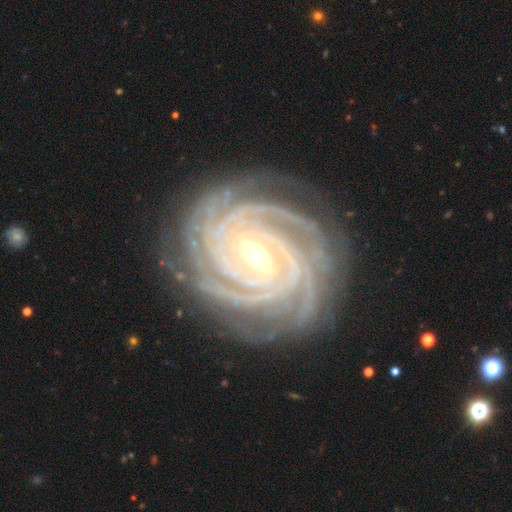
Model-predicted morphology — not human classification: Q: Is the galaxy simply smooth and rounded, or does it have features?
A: featured or disk — 93%.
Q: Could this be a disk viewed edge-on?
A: no — 98%.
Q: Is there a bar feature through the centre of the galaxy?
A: strong — 45%.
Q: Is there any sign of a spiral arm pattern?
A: yes — 99%.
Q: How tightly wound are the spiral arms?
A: tight — 88%.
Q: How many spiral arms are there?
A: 4 — 32%.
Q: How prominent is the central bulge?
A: small — 59%.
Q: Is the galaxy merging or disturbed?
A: none — 84%.